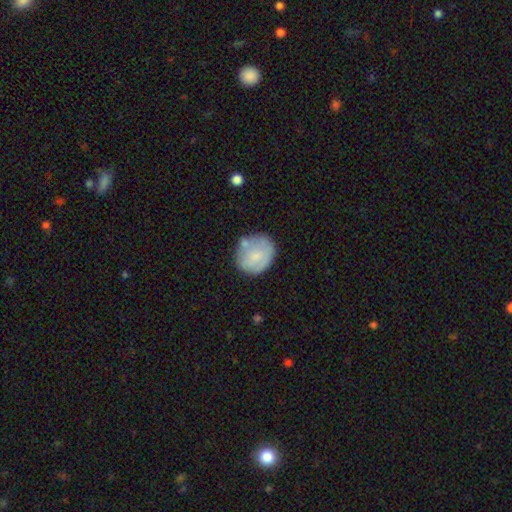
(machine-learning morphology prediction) This is likely a smooth galaxy (68%). How rounded: likely round (79%). Merging: possibly none (59%).